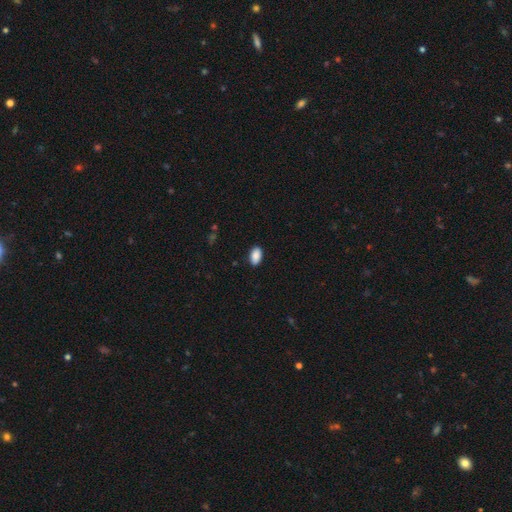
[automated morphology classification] This appears to be a smooth galaxy with no disk features (89%) that is in between round and cigar-shaped (93%). Merging: none (88%).